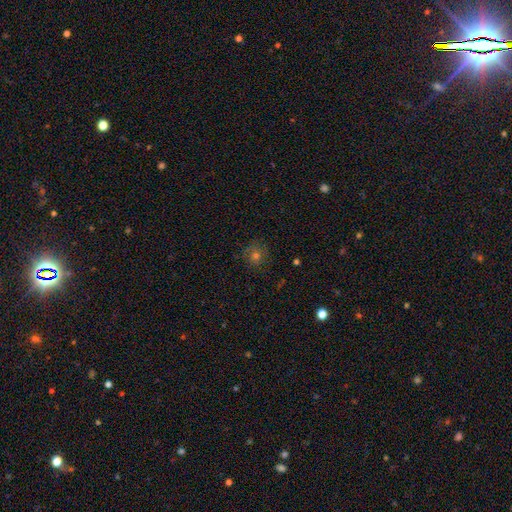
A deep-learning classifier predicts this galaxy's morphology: type=smooth (55%); roundness=round (90%); merging=none (82%).